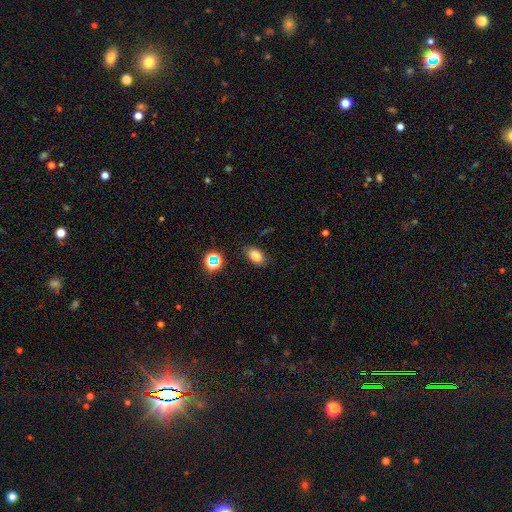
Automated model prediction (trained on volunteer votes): smooth-or-featured: smooth: 79% | star or artifact: 13% | featured or disk: 8%
  how-rounded: in between: 87% | round: 11% | cigar-shaped: 2%
  merging: none: 86% | minor disturbance: 10% | major disturbance: 3% | merger: 2%